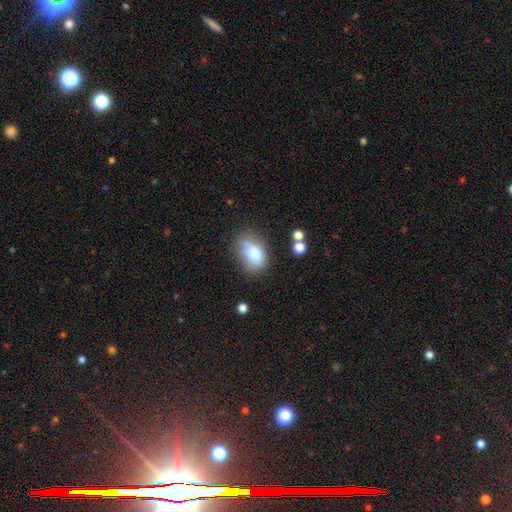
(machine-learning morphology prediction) Smooth or featured? smooth (75%)
How rounded? in between (82%)
Merging? none (48%)